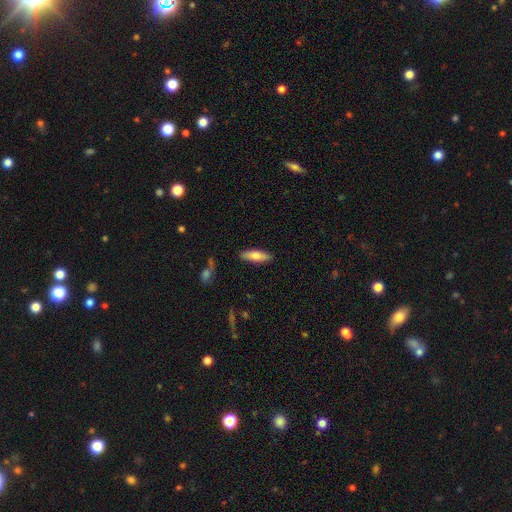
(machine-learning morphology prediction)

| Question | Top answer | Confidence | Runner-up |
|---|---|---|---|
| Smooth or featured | smooth | 73% | featured or disk (21%) |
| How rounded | cigar-shaped | 54% | in between (44%) |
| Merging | none | 87% | minor disturbance (9%) |